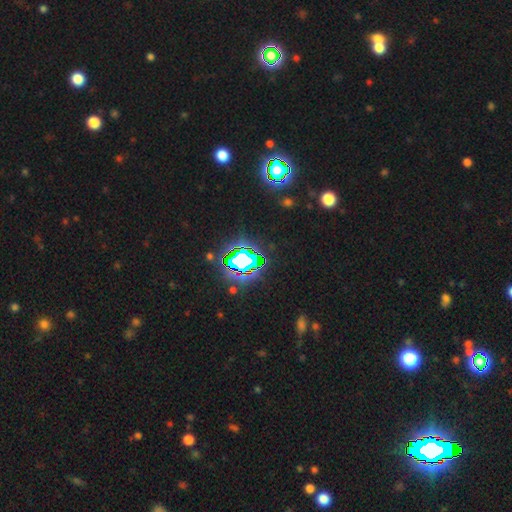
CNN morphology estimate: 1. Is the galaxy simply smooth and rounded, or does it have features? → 81% star or artifact, 12% smooth, 7% featured or disk.